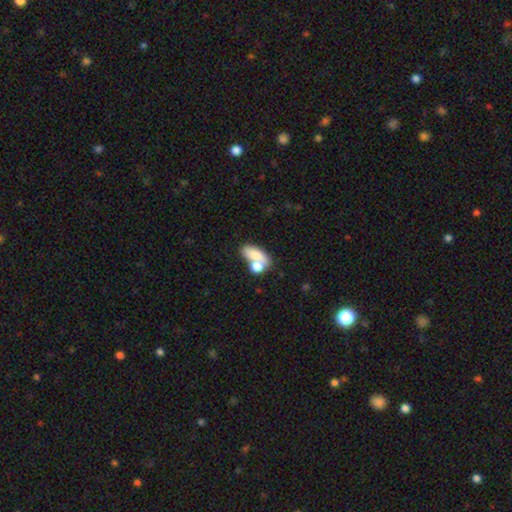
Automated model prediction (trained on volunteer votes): A smooth galaxy with no disk features (72%) that is in between round and cigar-shaped (82%).

Vote fractions:
- Smooth or featured? smooth: 72% / featured or disk: 20% / star or artifact: 8%
- How rounded? in between: 82% / round: 13% / cigar-shaped: 6%
- Merging? merger: 55% / none: 28% / minor disturbance: 11% / major disturbance: 6%